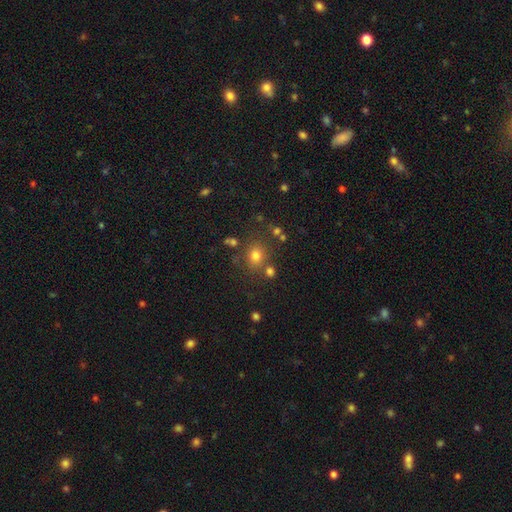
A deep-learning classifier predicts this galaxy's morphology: Smooth or featured?
  - smooth: 74% *
  - star or artifact: 17%
  - featured or disk: 9%
How rounded?
  - round: 74% *
  - in between: 25%
  - cigar-shaped: 1%
Merging?
  - none: 74% *
  - minor disturbance: 11%
  - merger: 10%
  - major disturbance: 5%